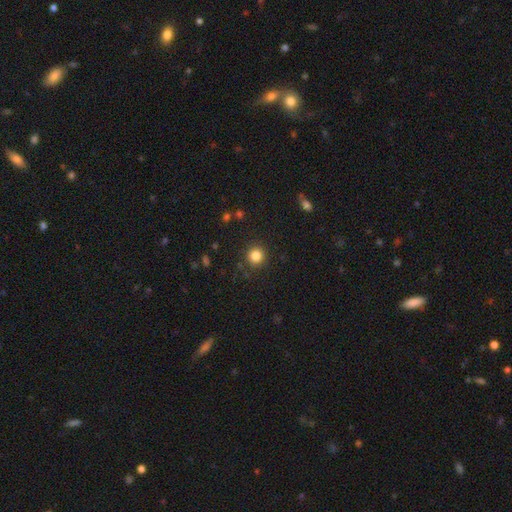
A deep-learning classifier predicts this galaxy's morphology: Q: Smooth or featured?
A: smooth (83%); runner-up: star or artifact (12%)
Q: How rounded?
A: round (93%); runner-up: in between (6%)
Q: Merging?
A: none (90%); runner-up: minor disturbance (6%)